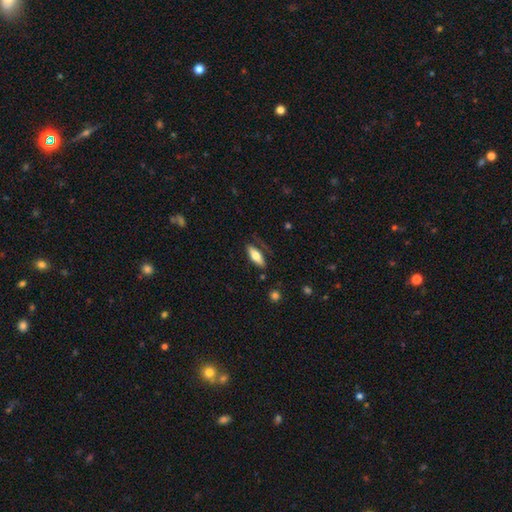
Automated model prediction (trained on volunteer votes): Smooth or featured: smooth — 65% (featured or disk — 29%)
How rounded: in between — 59% (cigar-shaped — 39%)
Merging: none — 72% (minor disturbance — 18%)